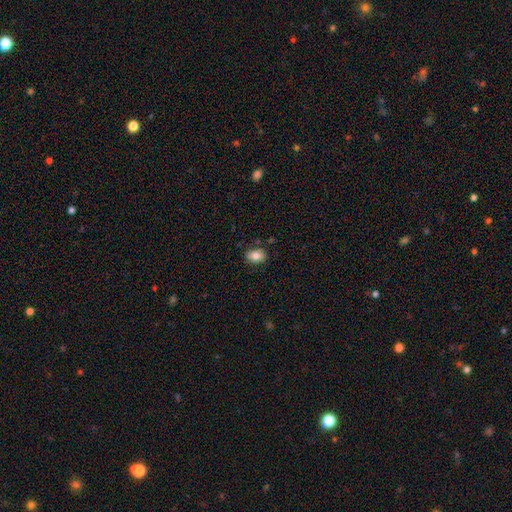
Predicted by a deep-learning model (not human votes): This appears to be a smooth galaxy with no disk features (80%) that is in between round and cigar-shaped (75%). Merging: none (81%).